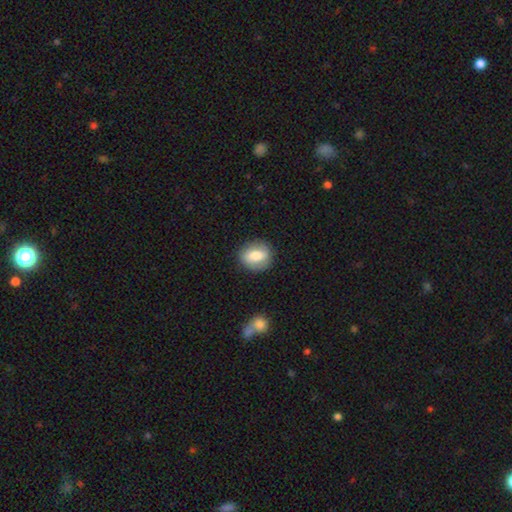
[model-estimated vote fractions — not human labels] smooth_or_featured: smooth (p=0.66) [alt: featured or disk p=0.27]
how_rounded: round (p=0.67) [alt: in between p=0.32]
merging: none (p=0.83) [alt: minor disturbance p=0.11]